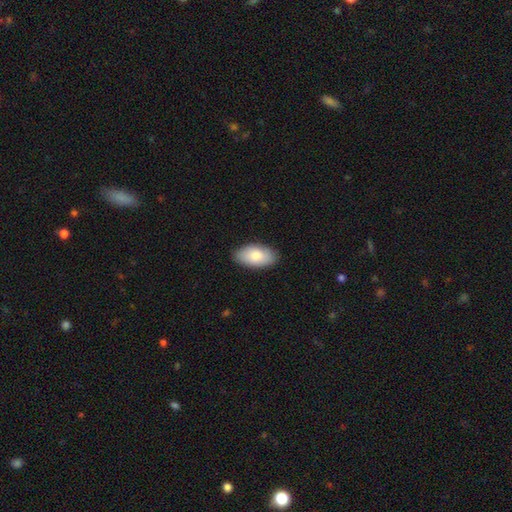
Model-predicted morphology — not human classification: Smooth or featured: smooth — 83% (featured or disk — 12%)
How rounded: in between — 95% (round — 3%)
Merging: none — 85% (minor disturbance — 12%)